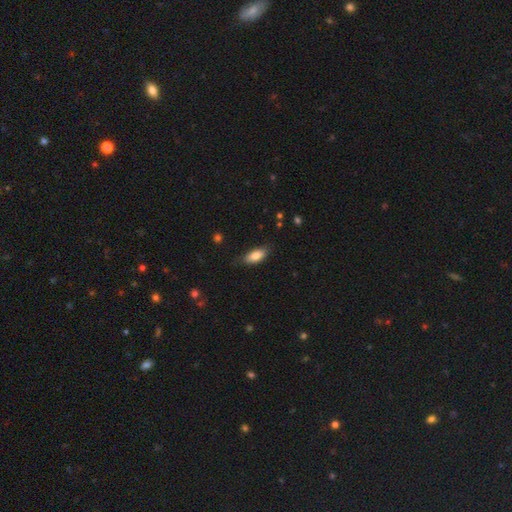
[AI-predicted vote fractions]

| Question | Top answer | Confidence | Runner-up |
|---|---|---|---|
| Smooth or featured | smooth | 82% | featured or disk (11%) |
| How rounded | in between | 83% | cigar-shaped (15%) |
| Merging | none | 79% | minor disturbance (17%) |